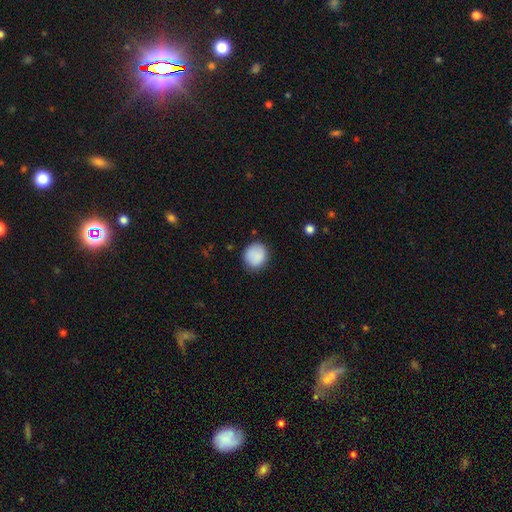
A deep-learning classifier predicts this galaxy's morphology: The model was most divided on "how rounded": round: 85%, in between: 14%, cigar-shaped: 1%. More confident: smooth or featured — smooth (88%); merging — none (84%).